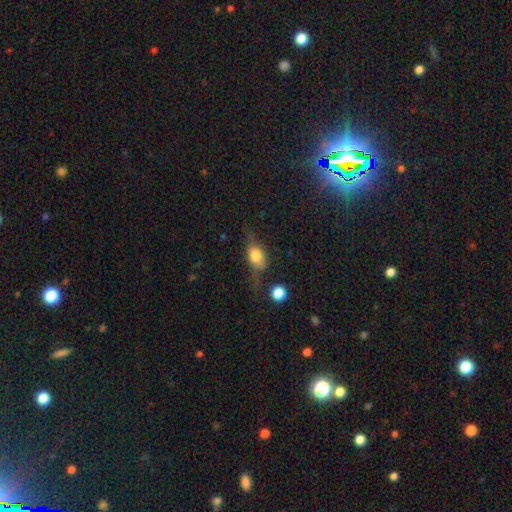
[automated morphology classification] The model was most divided on "merging": none: 48%, minor disturbance: 28%, major disturbance: 18%, merger: 5%. More confident: how rounded — in between (70%); smooth or featured — smooth (60%).